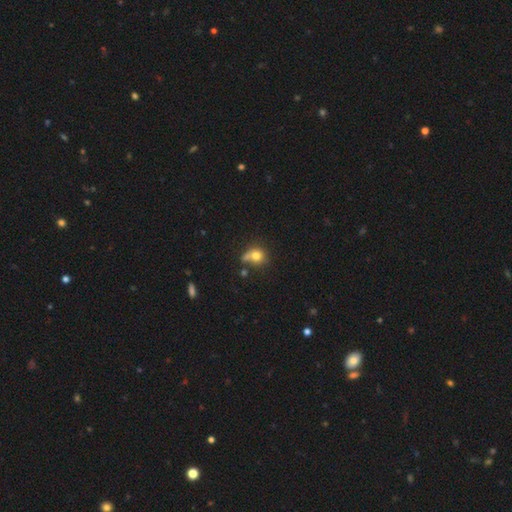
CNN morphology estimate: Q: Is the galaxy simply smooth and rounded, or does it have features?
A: smooth — 75%.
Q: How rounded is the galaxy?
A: round — 76%.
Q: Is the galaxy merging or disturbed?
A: none — 47%.